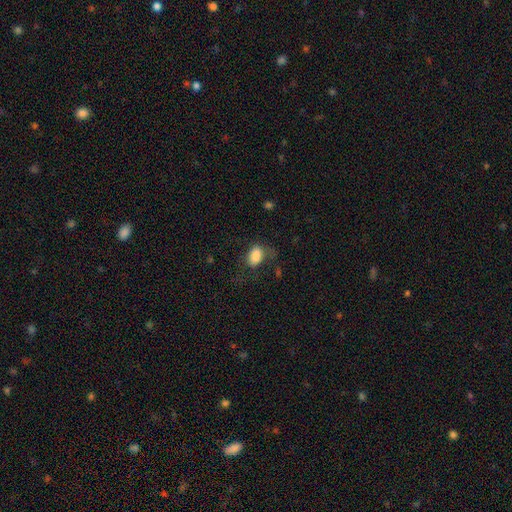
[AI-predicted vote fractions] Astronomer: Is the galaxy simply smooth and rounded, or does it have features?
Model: smooth — 83%.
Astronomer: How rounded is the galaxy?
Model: in between — 87%.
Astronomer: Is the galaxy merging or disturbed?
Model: none — 49% (runner-up: minor disturbance, 25%).